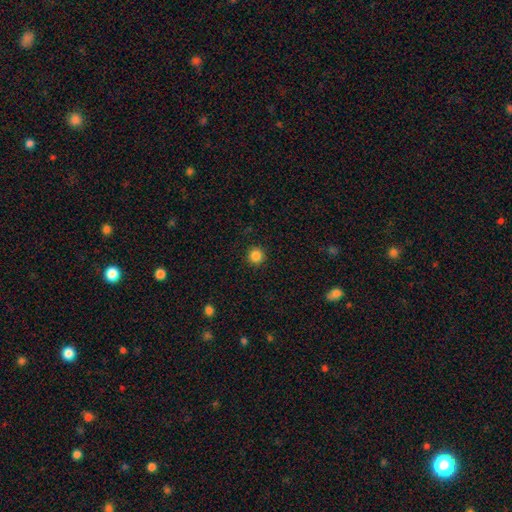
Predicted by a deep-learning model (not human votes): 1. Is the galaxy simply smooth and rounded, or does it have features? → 86% smooth, 11% star or artifact, 4% featured or disk.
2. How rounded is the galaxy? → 95% round, 4% in between, 1% cigar-shaped.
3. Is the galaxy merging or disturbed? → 92% none, 5% minor disturbance, 2% major disturbance, 1% merger.